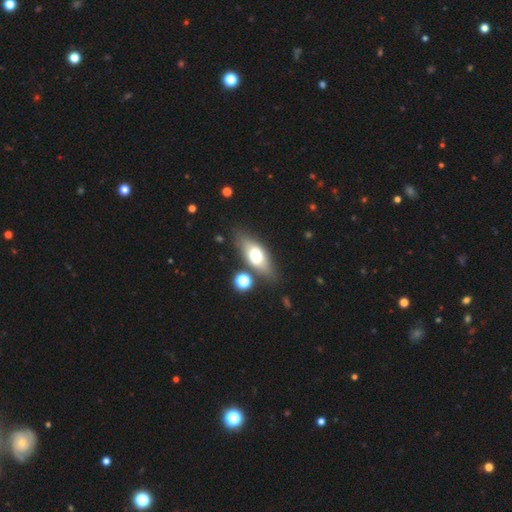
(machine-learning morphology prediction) smooth-or-featured: smooth: 60% | featured or disk: 32% | star or artifact: 8%
  how-rounded: in between: 70% | cigar-shaped: 26% | round: 5%
  merging: none: 78% | minor disturbance: 13% | merger: 5% | major disturbance: 4%